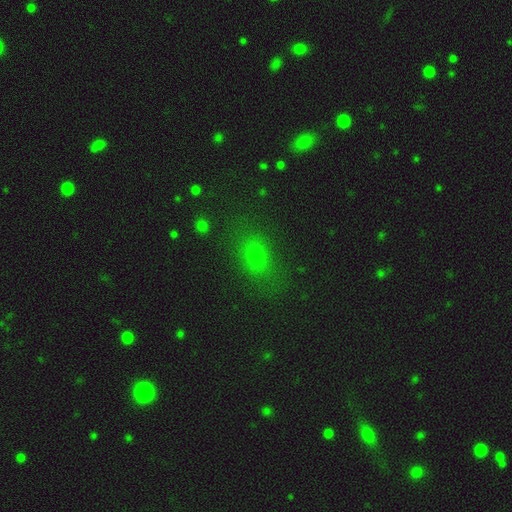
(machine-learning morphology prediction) smooth-or-featured: smooth: 65% | star or artifact: 22% | featured or disk: 13%
  how-rounded: in between: 59% | round: 37% | cigar-shaped: 4%
  merging: none: 76% | minor disturbance: 15% | major disturbance: 6% | merger: 3%